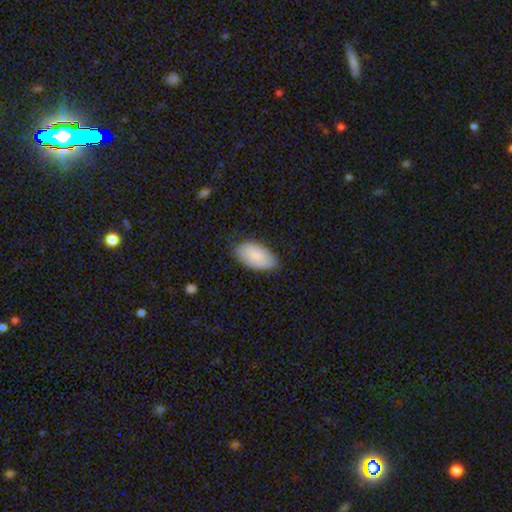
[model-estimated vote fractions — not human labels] smooth 83%, featured or disk 11%, star or artifact 6%. Down the decision tree: how rounded — in between (95%); merging — none (78%).